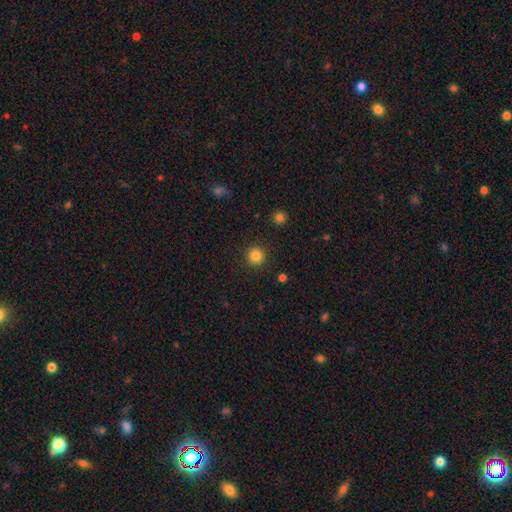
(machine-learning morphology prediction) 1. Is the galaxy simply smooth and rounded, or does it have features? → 84% smooth, 12% star or artifact, 4% featured or disk.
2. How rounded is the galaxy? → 95% round, 4% in between, 1% cigar-shaped.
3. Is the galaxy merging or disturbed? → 92% none, 5% minor disturbance, 2% major disturbance, 1% merger.